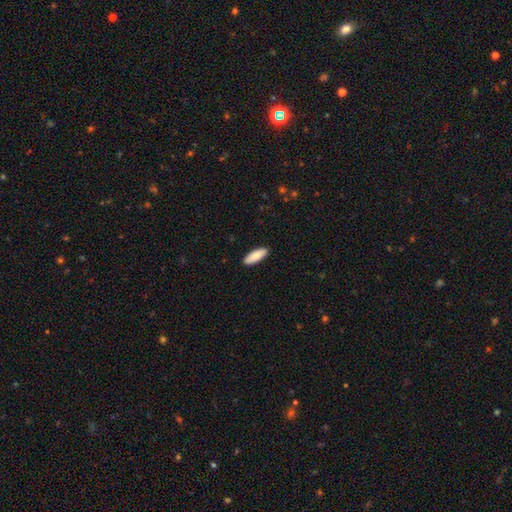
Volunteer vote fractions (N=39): Smooth or featured?
  - smooth: 87% *
  - featured or disk: 10%
  - star or artifact: 3%
How rounded?
  - in between: 59% *
  - cigar-shaped: 38%
  - round: 3%
Merging?
  - none: 97% *
  - minor disturbance: 3%
  - major disturbance: 0%
  - merger: 0%